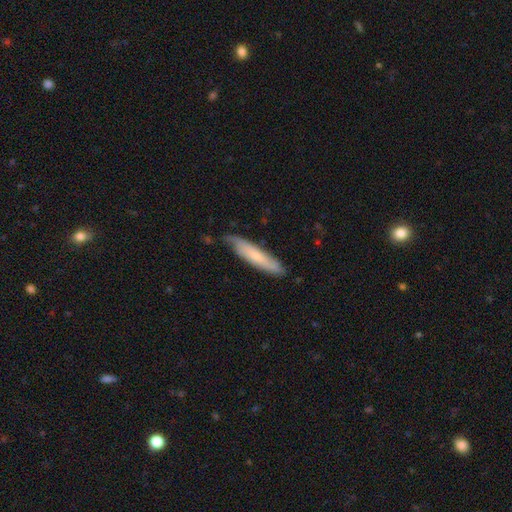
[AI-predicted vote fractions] This is likely a smooth galaxy (61%). How rounded: clearly cigar-shaped (87%). Merging: likely none (72%).